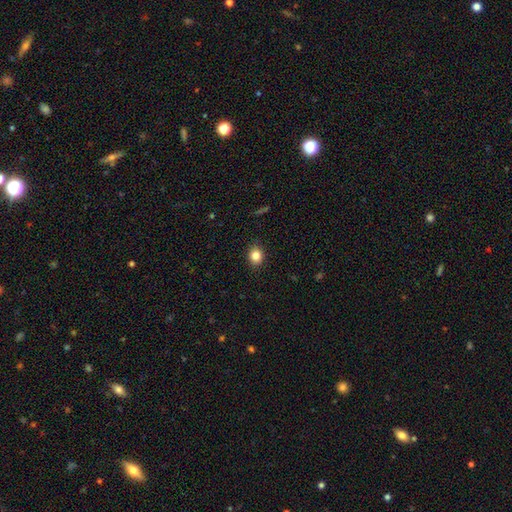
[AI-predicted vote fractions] The model was most divided on "how rounded": round: 59%, in between: 40%, cigar-shaped: 1%. More confident: merging — none (89%); smooth or featured — smooth (83%).